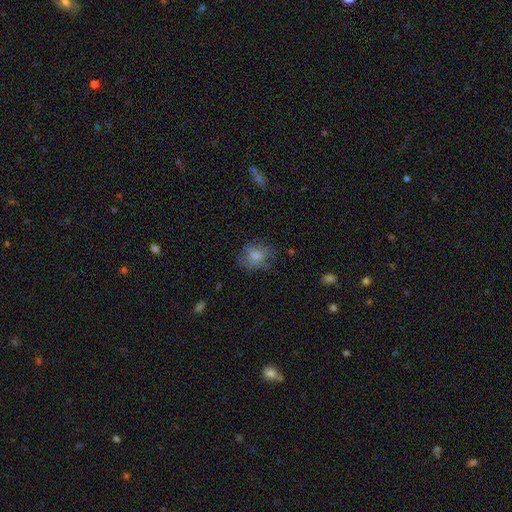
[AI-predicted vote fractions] Morphology: type=smooth (56%); roundness=in between (57%); merging=none (68%).